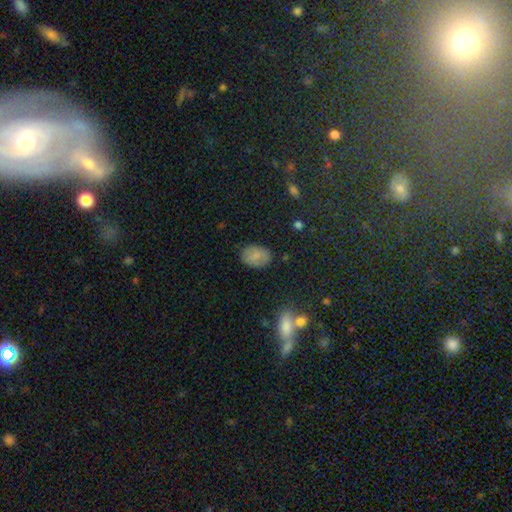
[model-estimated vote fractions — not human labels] A smooth galaxy with no disk features (79%) that is in between round and cigar-shaped (82%). Merging: none (82%).